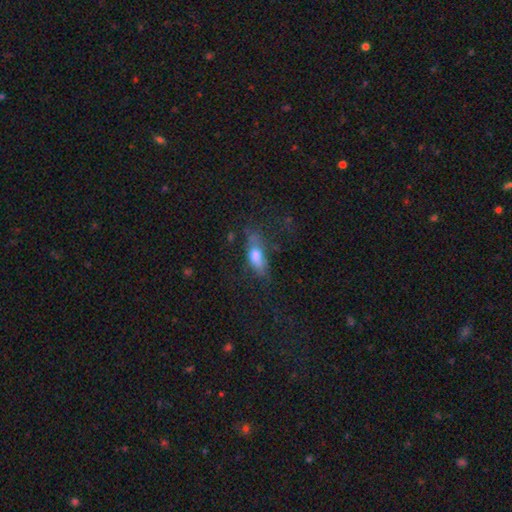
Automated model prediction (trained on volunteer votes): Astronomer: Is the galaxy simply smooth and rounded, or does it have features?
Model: smooth — 60%.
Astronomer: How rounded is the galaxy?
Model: in between — 63%.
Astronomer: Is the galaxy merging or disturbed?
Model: none — 49% (runner-up: minor disturbance, 26%).